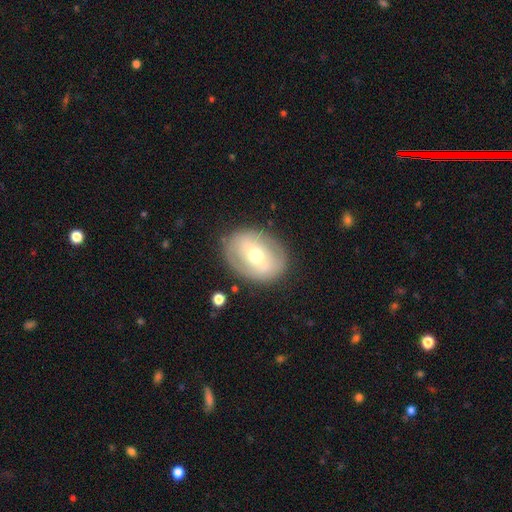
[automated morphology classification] This is possibly a featured or disk galaxy (55%). It is clearly not viewed edge-on (92%). Bar: marginally weak (38%). Spiral arm pattern: likely no (65%). Central bulge: likely moderate (69%). Merging: clearly none (81%).